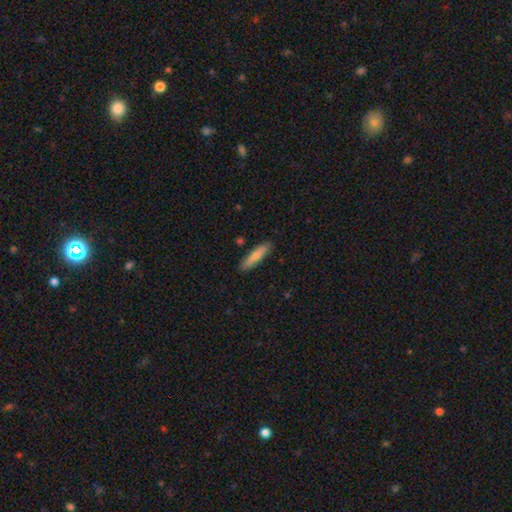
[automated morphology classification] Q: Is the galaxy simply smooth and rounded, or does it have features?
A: smooth — 71%.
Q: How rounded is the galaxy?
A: cigar-shaped — 73%.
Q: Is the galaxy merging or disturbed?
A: none — 86%.